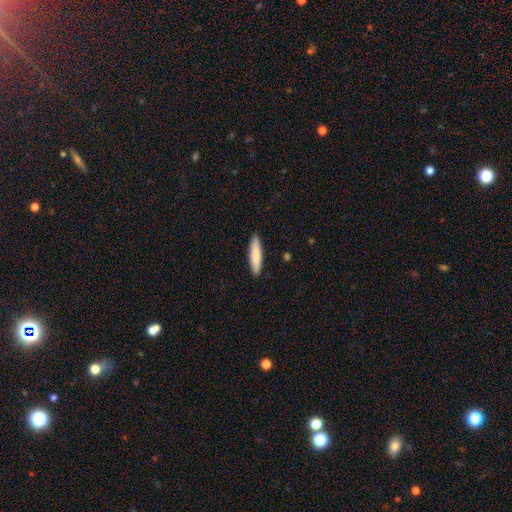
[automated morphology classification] Overall: smooth (84%). How rounded: cigar-shaped (79%). Merging: none (90%).